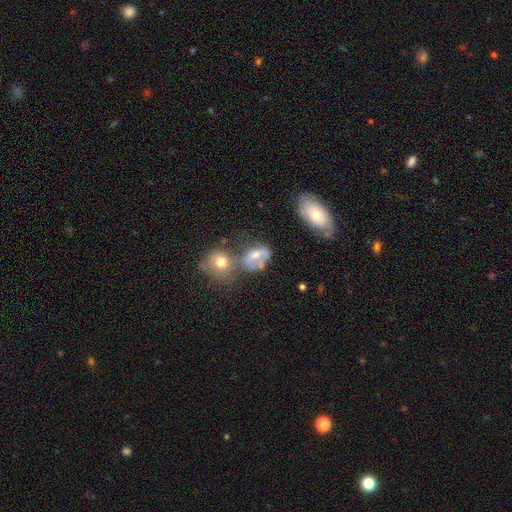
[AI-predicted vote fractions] smooth_or_featured: smooth (p=0.55) [alt: featured or disk p=0.32]
how_rounded: in between (p=0.69) [alt: round p=0.29]
merging: merger (p=0.34) [alt: none p=0.26]